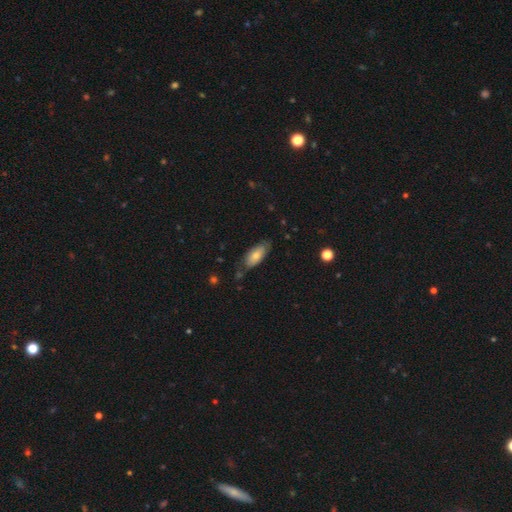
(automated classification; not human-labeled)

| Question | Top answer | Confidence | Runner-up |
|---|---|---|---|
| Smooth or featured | smooth | 71% | featured or disk (23%) |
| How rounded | in between | 86% | cigar-shaped (11%) |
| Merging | none | 68% | minor disturbance (24%) |